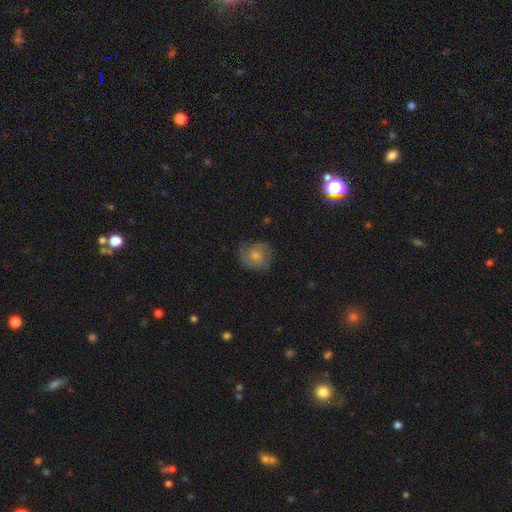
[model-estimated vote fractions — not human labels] Smooth or featured? smooth (57%)
How rounded? round (80%)
Merging? none (68%)